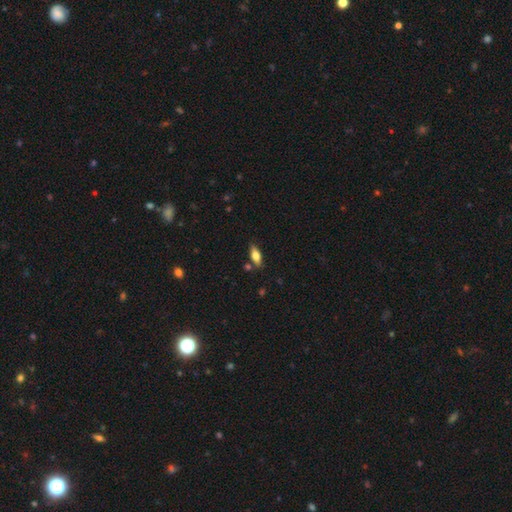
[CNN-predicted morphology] A smooth galaxy with no disk features (69%) that is in between round and cigar-shaped (76%).

Vote fractions:
- Smooth or featured? smooth: 69% / featured or disk: 24% / star or artifact: 7%
- How rounded? in between: 76% / cigar-shaped: 22% / round: 3%
- Merging? none: 79% / minor disturbance: 13% / merger: 6% / major disturbance: 3%